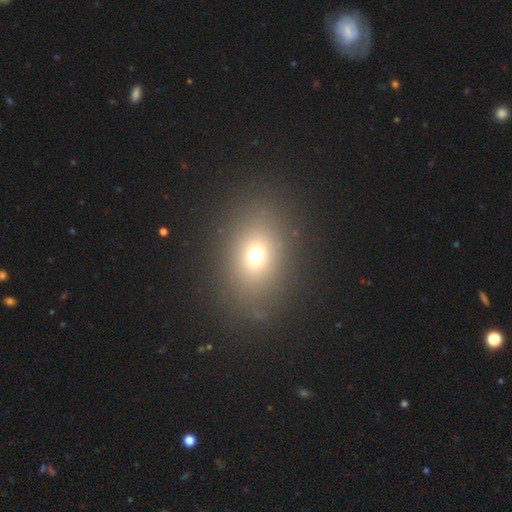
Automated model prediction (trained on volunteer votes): smooth_or_featured: smooth (p=0.68) [alt: star or artifact p=0.20]
how_rounded: in between (p=0.57) [alt: round p=0.41]
merging: none (p=0.82) [alt: minor disturbance p=0.10]